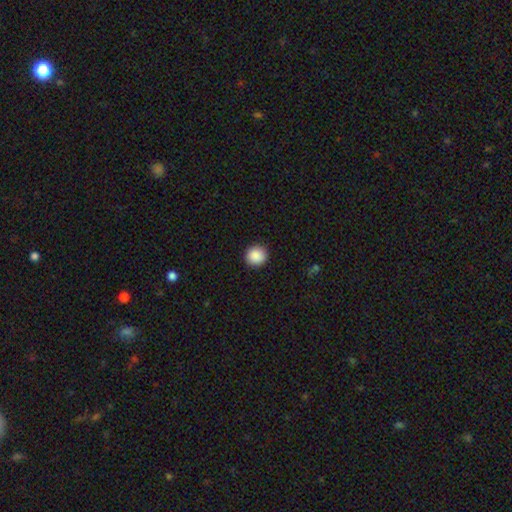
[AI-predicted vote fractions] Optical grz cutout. It shows a smooth galaxy with no disk features (89%) that is round (91%). Merging: none (92%).